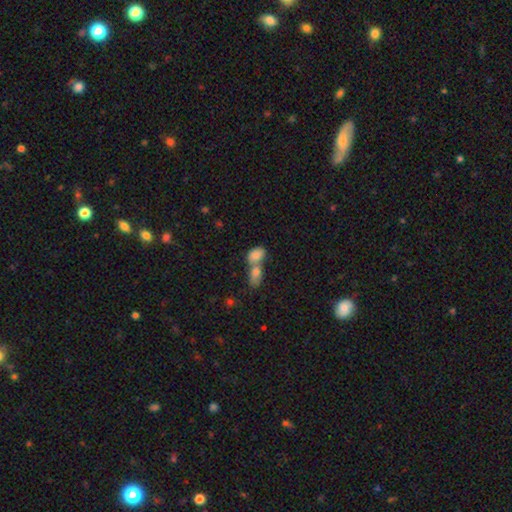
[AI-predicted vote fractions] Q: Smooth or featured?
A: smooth (82%); runner-up: featured or disk (10%)
Q: How rounded?
A: in between (85%); runner-up: round (12%)
Q: Merging?
A: merger (68%); runner-up: none (21%)